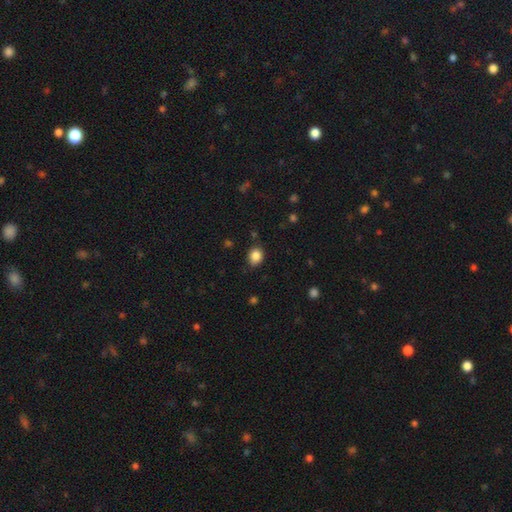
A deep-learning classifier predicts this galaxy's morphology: The model was most divided on "how rounded": round: 55%, in between: 44%, cigar-shaped: 1%. More confident: smooth or featured — smooth (86%); merging — none (80%).